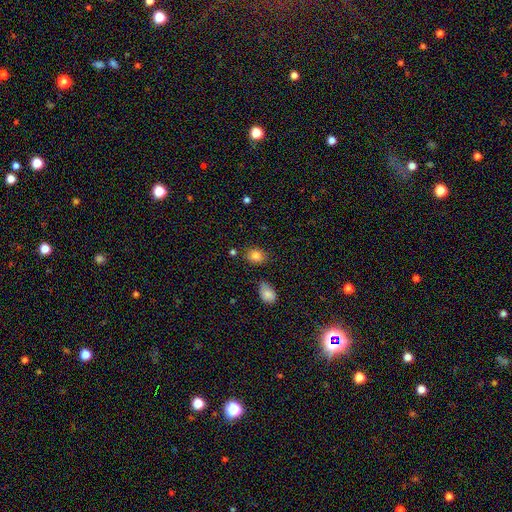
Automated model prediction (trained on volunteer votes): A smooth galaxy with no disk features (83%) that is in between round and cigar-shaped (58%). Merging: none (75%).